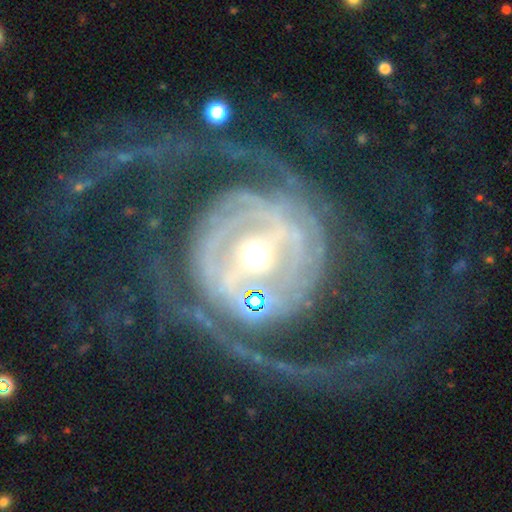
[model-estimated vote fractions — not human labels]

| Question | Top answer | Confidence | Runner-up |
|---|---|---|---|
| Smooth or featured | featured or disk | 89% | smooth (6%) |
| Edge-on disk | no | 97% | yes (3%) |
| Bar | strong | 38% | weak (33%) |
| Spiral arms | yes | 92% | no (8%) |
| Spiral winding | tight | 38% | medium (36%) |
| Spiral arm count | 2 | 48% | can't tell (17%) |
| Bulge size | moderate | 56% | small (35%) |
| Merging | none | 48% | major disturbance (34%) |